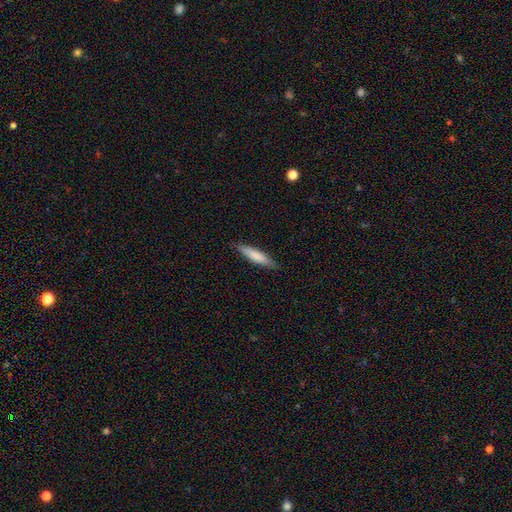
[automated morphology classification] Smooth or featured? smooth (76%)
How rounded? cigar-shaped (83%)
Merging? none (87%)